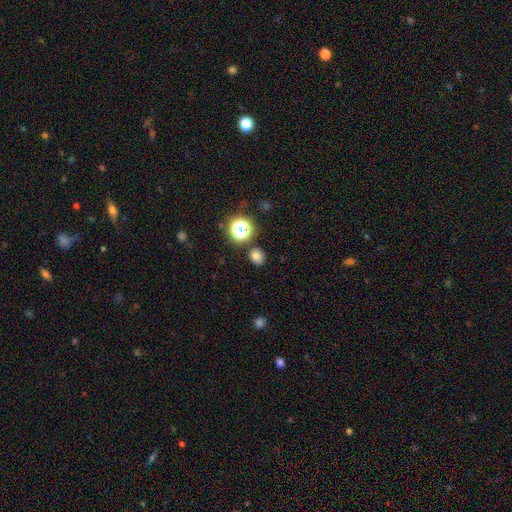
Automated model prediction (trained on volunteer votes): Morphology: type=smooth (74%); roundness=round (68%); merging=none (84%).